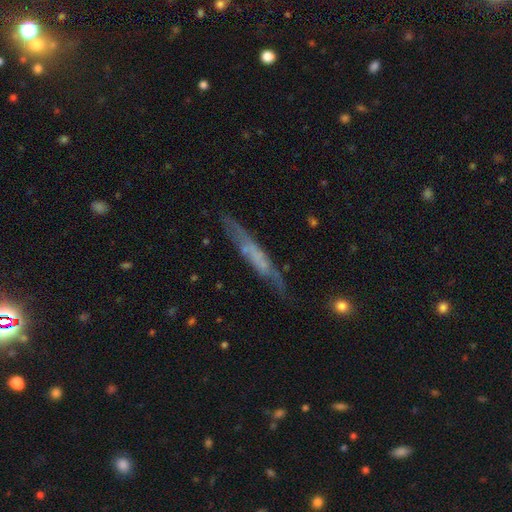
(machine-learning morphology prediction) This appears to be a featured or disk galaxy (54%) viewed edge-on (80%). Merging: none (69%).